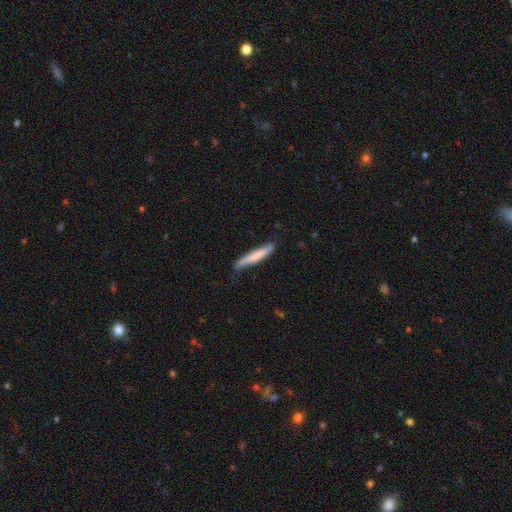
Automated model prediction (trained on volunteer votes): A smooth galaxy with no disk features (69%) that is cigar-shaped (93%). Merging: none (69%).